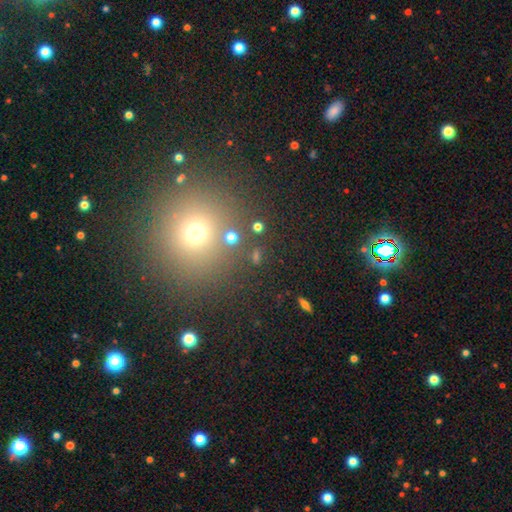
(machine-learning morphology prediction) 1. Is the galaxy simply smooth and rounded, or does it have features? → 54% smooth, 36% star or artifact, 10% featured or disk.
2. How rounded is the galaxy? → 81% round, 17% in between, 2% cigar-shaped.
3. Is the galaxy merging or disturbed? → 81% none, 8% minor disturbance, 7% merger, 4% major disturbance.